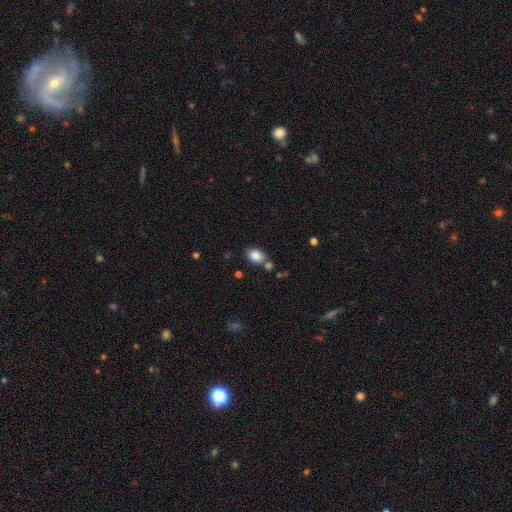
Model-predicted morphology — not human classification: Smooth or featured?
  - smooth: 85% *
  - star or artifact: 9%
  - featured or disk: 6%
How rounded?
  - in between: 69% *
  - round: 30%
  - cigar-shaped: 1%
Merging?
  - none: 70% *
  - merger: 13%
  - minor disturbance: 13%
  - major disturbance: 4%